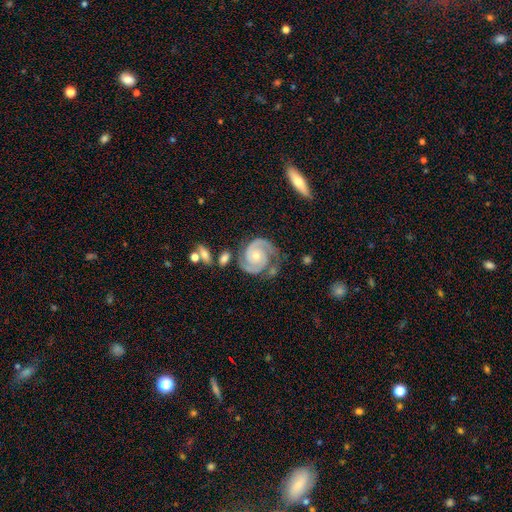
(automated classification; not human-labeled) Smooth or featured? featured or disk (92%)
Edge-on disk? no (98%)
Bar? no (73%)
Spiral arms? yes (99%)
Spiral winding? tight (64%)
Spiral arm count? 2 (92%)
Bulge size? small (49%)
Merging? none (73%)